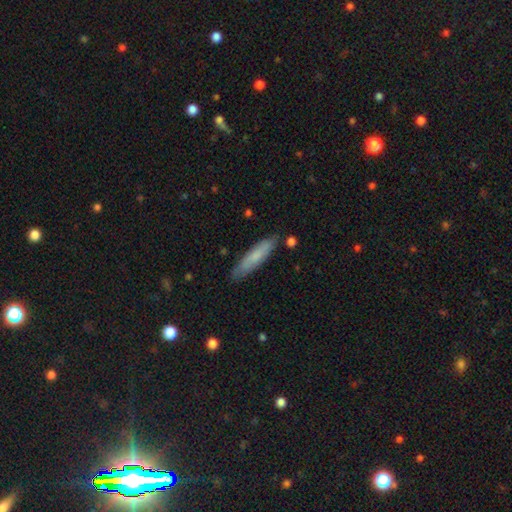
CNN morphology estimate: Smooth or featured?
  - smooth: 70% *
  - featured or disk: 24%
  - star or artifact: 6%
How rounded?
  - cigar-shaped: 83% *
  - in between: 16%
  - round: 1%
Merging?
  - none: 83% *
  - minor disturbance: 13%
  - major disturbance: 2%
  - merger: 2%